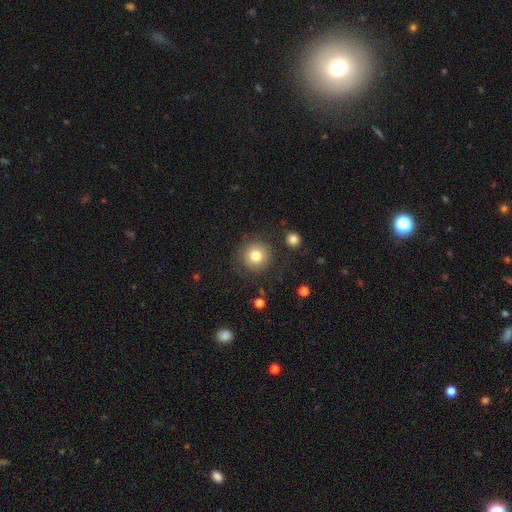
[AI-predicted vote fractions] Smooth or featured? Predicted: smooth (p=0.78). How rounded? Predicted: round (p=0.94). Merging? Predicted: none (p=0.85).